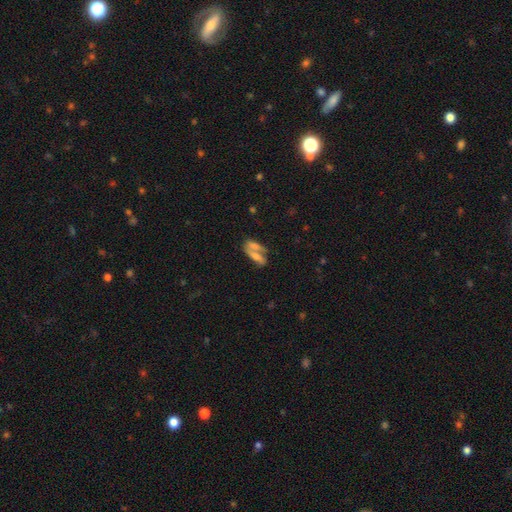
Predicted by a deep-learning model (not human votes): Smooth or featured? smooth (56%)
How rounded? in between (63%)
Merging? merger (53%)